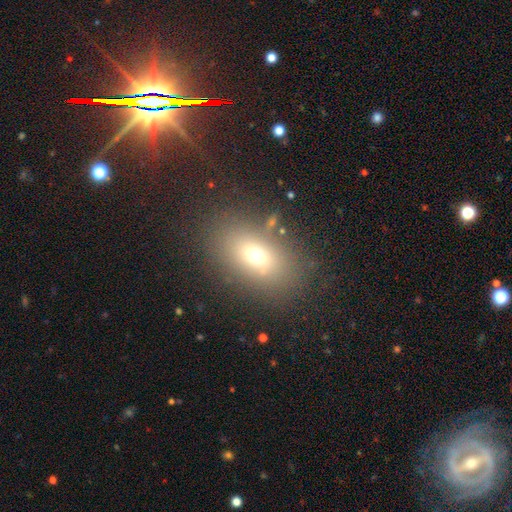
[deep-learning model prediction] Smooth or featured: smooth — 66% (star or artifact — 17%)
How rounded: in between — 79% (round — 18%)
Merging: none — 78% (minor disturbance — 11%)